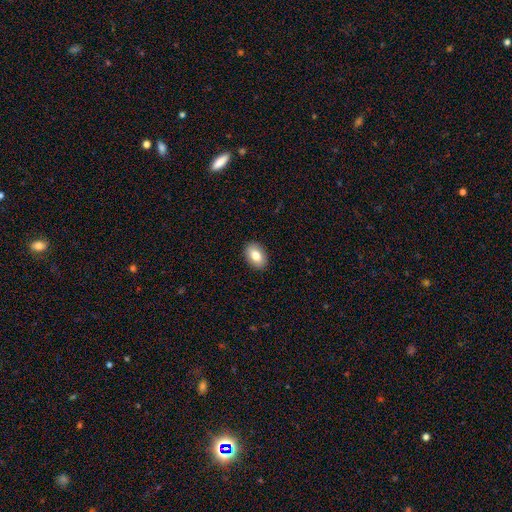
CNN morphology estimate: smooth-or-featured: smooth: 81% | featured or disk: 11% | star or artifact: 7%
  how-rounded: in between: 87% | round: 12% | cigar-shaped: 1%
  merging: none: 90% | minor disturbance: 7% | major disturbance: 2% | merger: 1%